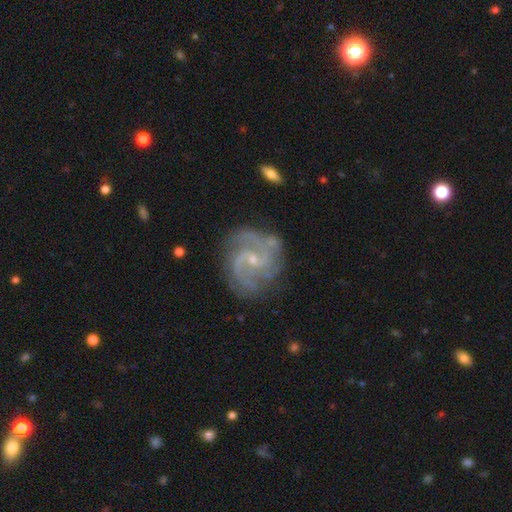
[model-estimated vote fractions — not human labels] Smooth or featured?
  - featured or disk: 86% *
  - star or artifact: 8%
  - smooth: 6%
Edge-on disk?
  - no: 98% *
  - yes: 2%
Bar?
  - weak: 46% *
  - no: 41%
  - strong: 13%
Spiral arms?
  - yes: 97% *
  - no: 3%
Spiral winding?
  - medium: 50% *
  - tight: 37%
  - loose: 14%
Spiral arm count?
  - 2: 51% *
  - 3: 20%
  - can't tell: 13%
  - 4: 6%
  - 1: 5%
  - more than 4: 5%
Bulge size?
  - small: 74% *
  - moderate: 22%
  - none: 3%
  - large: 1%
  - dominant: 1%
Merging?
  - none: 77% *
  - minor disturbance: 15%
  - major disturbance: 6%
  - merger: 2%